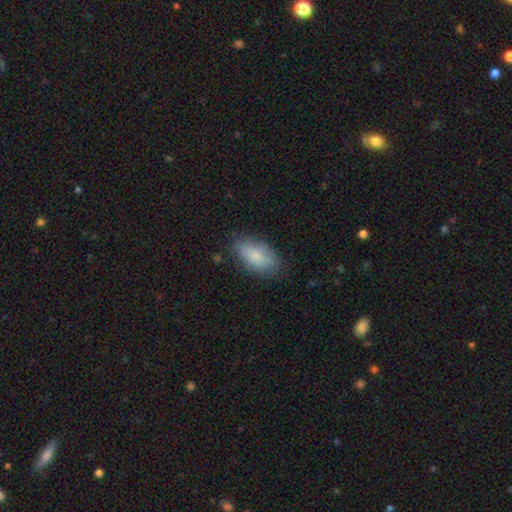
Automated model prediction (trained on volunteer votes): Smooth or featured: smooth — 80% (featured or disk — 13%)
How rounded: in between — 92% (cigar-shaped — 5%)
Merging: none — 75% (minor disturbance — 20%)